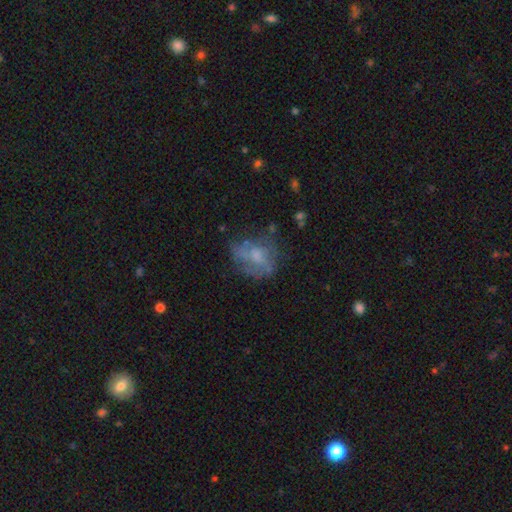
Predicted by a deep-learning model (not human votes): smooth-or-featured: featured or disk: 46% | smooth: 42% | star or artifact: 12%
  merging: none: 46% | major disturbance: 26% | minor disturbance: 23% | merger: 4%